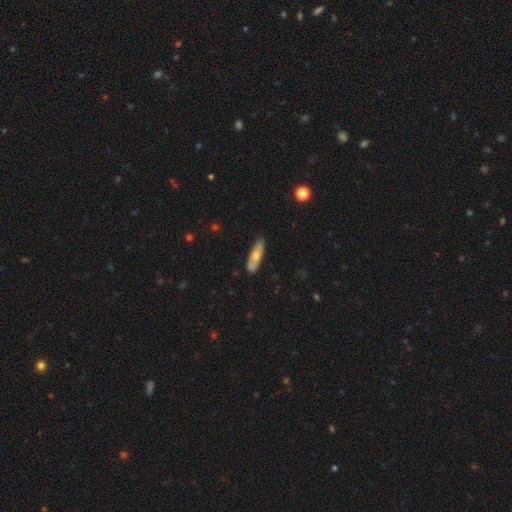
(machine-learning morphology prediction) This appears to be a smooth galaxy with no disk features (54%) that is cigar-shaped (59%). Merging: none (83%).